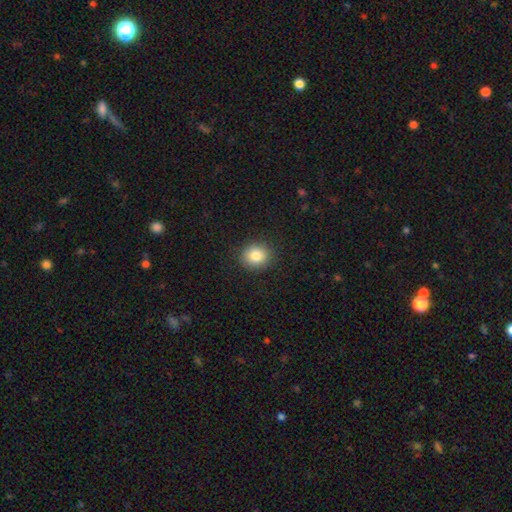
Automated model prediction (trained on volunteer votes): Q: Smooth or featured?
A: smooth (83%); runner-up: star or artifact (10%)
Q: How rounded?
A: round (82%); runner-up: in between (17%)
Q: Merging?
A: none (90%); runner-up: minor disturbance (7%)